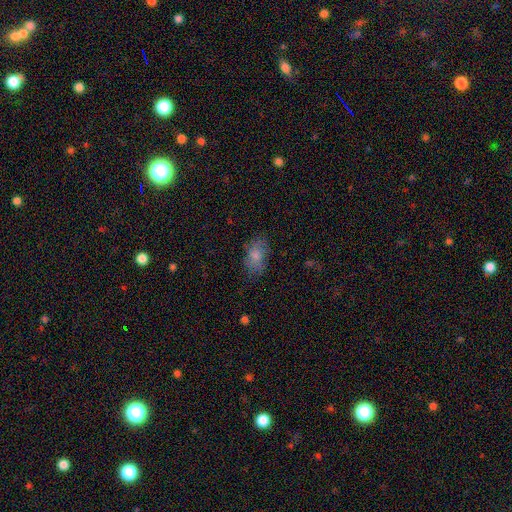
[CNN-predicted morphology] smooth_or_featured: smooth (p=0.77) [alt: featured or disk p=0.15]
how_rounded: in between (p=0.90) [alt: round p=0.07]
merging: none (p=0.69) [alt: minor disturbance p=0.22]